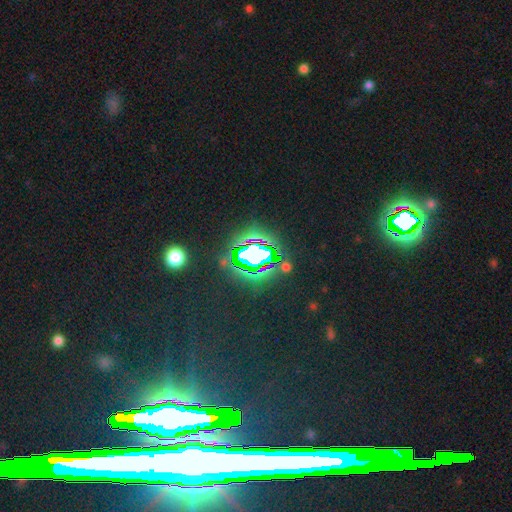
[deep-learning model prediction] Q: Smooth or featured?
A: star or artifact (70%); runner-up: smooth (16%)